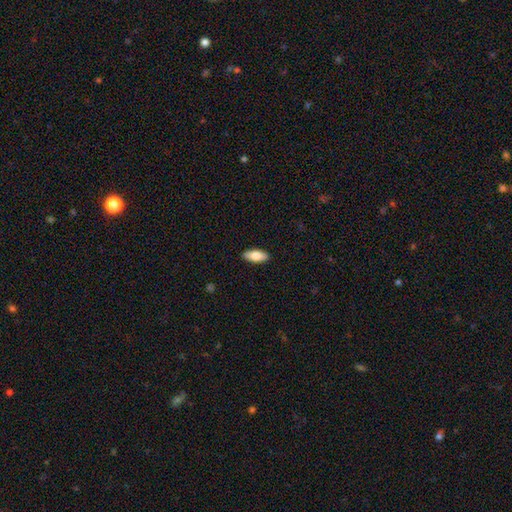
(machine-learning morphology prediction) This is likely a smooth galaxy (77%). How rounded: clearly in between (84%). Merging: clearly none (90%).